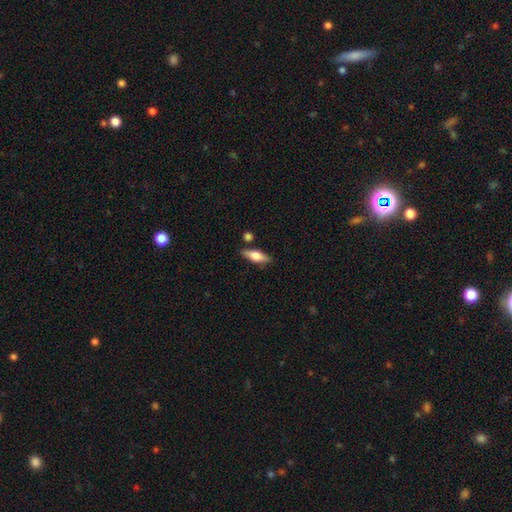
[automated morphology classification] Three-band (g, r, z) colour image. It shows a smooth galaxy with no disk features (53%) that is in between round and cigar-shaped (54%). Merging: none (81%).